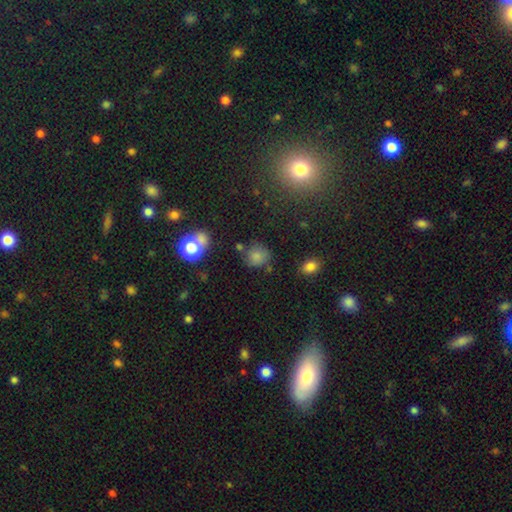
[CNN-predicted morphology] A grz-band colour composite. It shows a smooth galaxy with no disk features (71%) that is round (83%). Merging: none (73%).